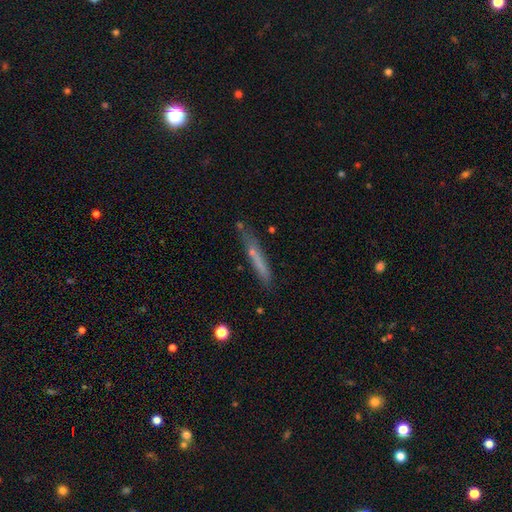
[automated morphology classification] This appears to be a smooth galaxy with no disk features (51%) that is cigar-shaped (94%). Merging: none (77%).